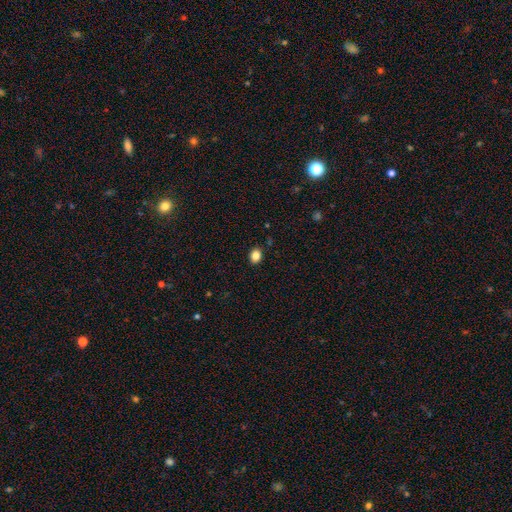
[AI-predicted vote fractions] Smooth or featured? smooth (85%)
How rounded? in between (59%)
Merging? none (89%)